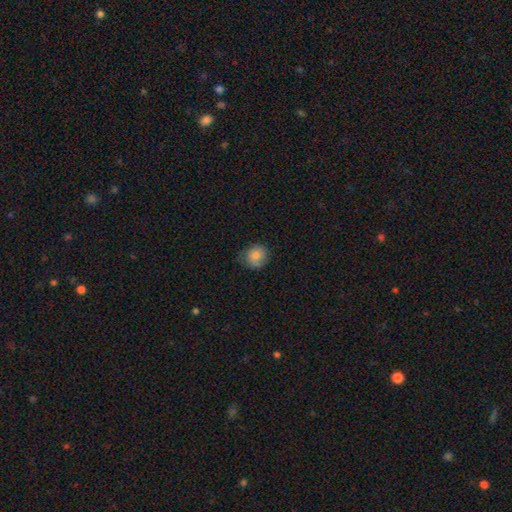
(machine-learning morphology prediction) This appears to be a smooth galaxy with no disk features (80%) that is round (78%). Merging: none (63%).